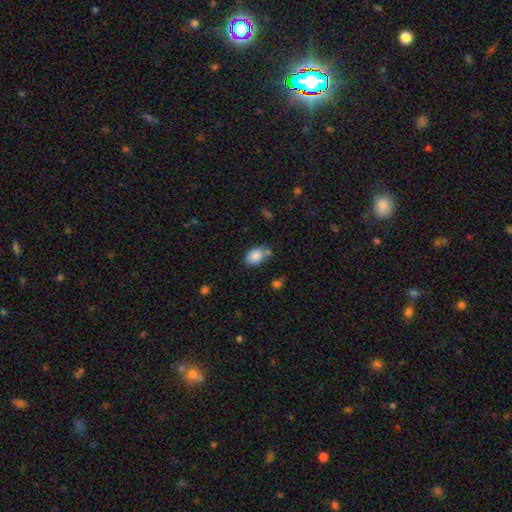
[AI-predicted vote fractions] A smooth galaxy with no disk features (85%) that is in between round and cigar-shaped (84%).

Vote fractions:
- Smooth or featured? smooth: 85% / star or artifact: 8% / featured or disk: 7%
- How rounded? in between: 84% / round: 15% / cigar-shaped: 1%
- Merging? none: 60% / minor disturbance: 21% / merger: 14% / major disturbance: 5%